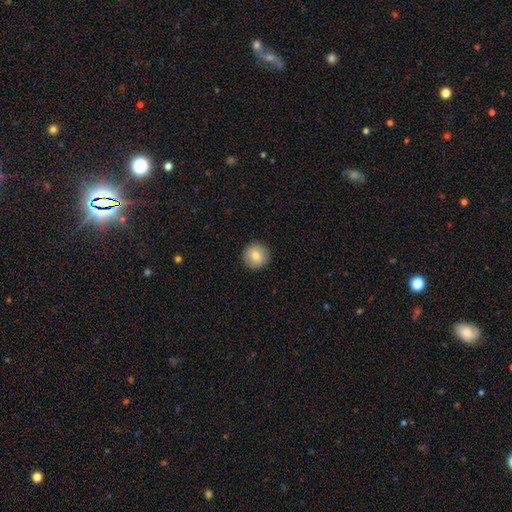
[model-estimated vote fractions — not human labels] The model was most divided on "smooth or featured": smooth: 78%, featured or disk: 14%, star or artifact: 8%. More confident: how rounded — round (96%); merging — none (92%).